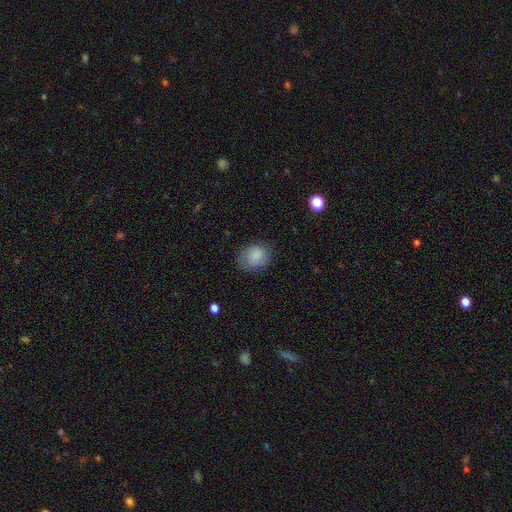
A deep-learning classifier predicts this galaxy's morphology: smooth 78%, featured or disk 14%, star or artifact 8%. Down the decision tree: how rounded — round (54%); merging — none (74%).